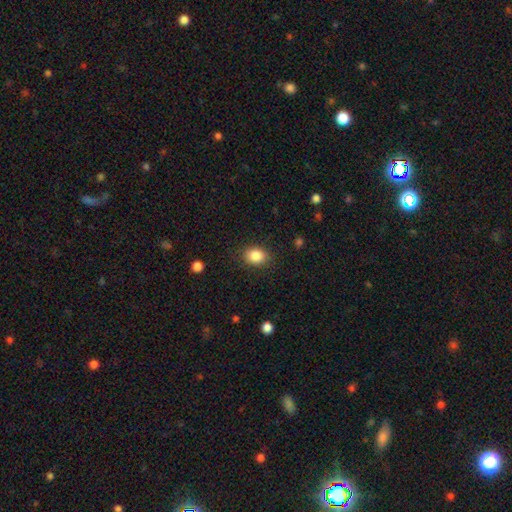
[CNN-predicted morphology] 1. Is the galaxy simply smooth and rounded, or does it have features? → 86% smooth, 9% star or artifact, 5% featured or disk.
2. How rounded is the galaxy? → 62% in between, 37% round, 1% cigar-shaped.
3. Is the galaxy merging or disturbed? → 85% none, 11% minor disturbance, 3% major disturbance, 1% merger.